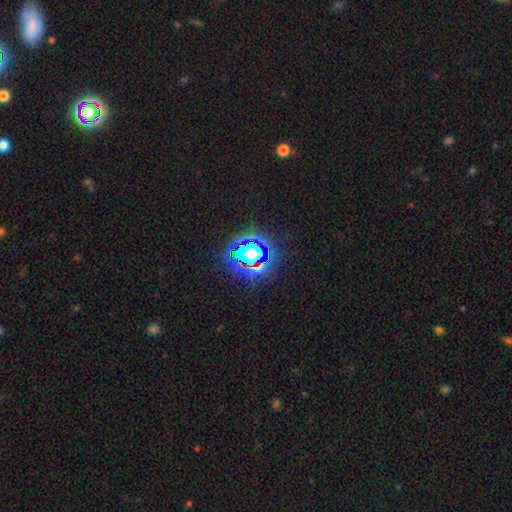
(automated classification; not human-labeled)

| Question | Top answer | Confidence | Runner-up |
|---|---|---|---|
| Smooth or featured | star or artifact | 79% | smooth (14%) |